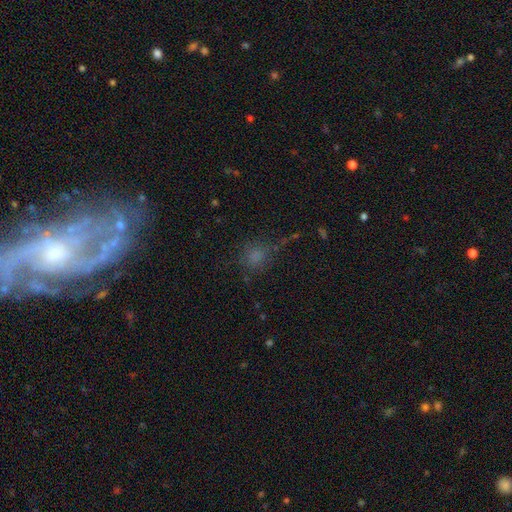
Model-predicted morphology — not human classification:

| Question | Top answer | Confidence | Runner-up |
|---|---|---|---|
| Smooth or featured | smooth | 69% | star or artifact (21%) |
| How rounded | round | 68% | in between (29%) |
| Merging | none | 61% | minor disturbance (20%) |